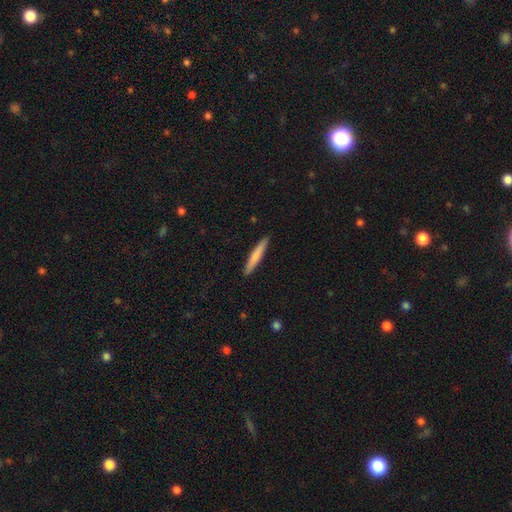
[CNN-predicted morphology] smooth 73%, featured or disk 22%, star or artifact 5%. Down the decision tree: how rounded — cigar-shaped (95%); merging — none (91%).